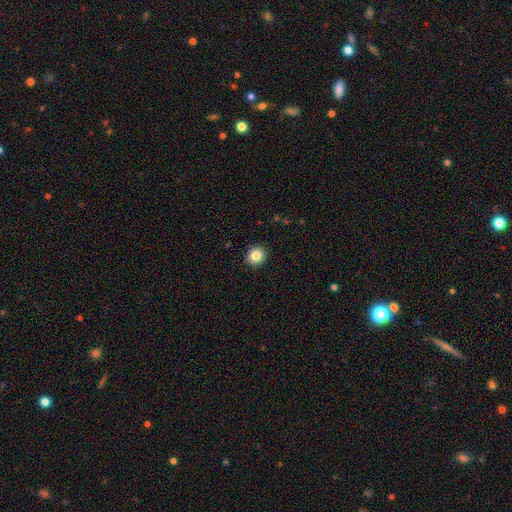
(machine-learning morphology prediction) Smooth or featured? Predicted: smooth (p=0.85). How rounded? Predicted: round (p=0.87). Merging? Predicted: none (p=0.92).